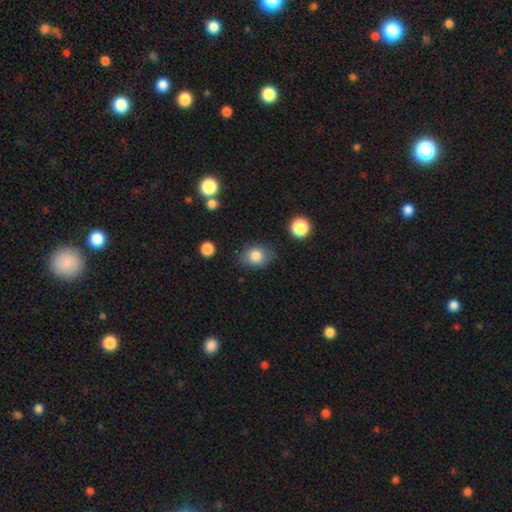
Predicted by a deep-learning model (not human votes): Smooth or featured?
  - smooth: 82% *
  - star or artifact: 10%
  - featured or disk: 8%
How rounded?
  - in between: 55% *
  - round: 44%
  - cigar-shaped: 1%
Merging?
  - none: 78% *
  - minor disturbance: 16%
  - major disturbance: 4%
  - merger: 2%